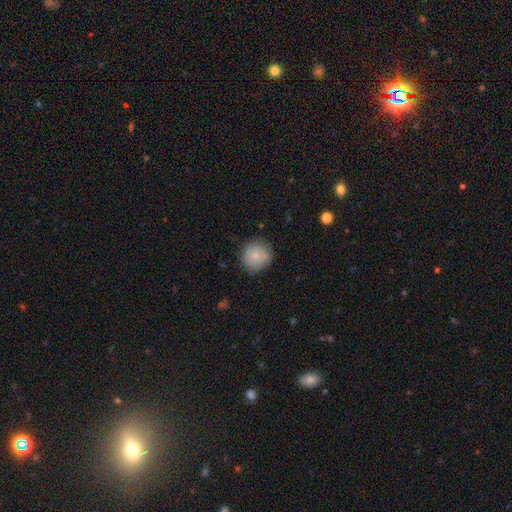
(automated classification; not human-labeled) Morphology: type=smooth (82%); roundness=round (91%); merging=none (81%).